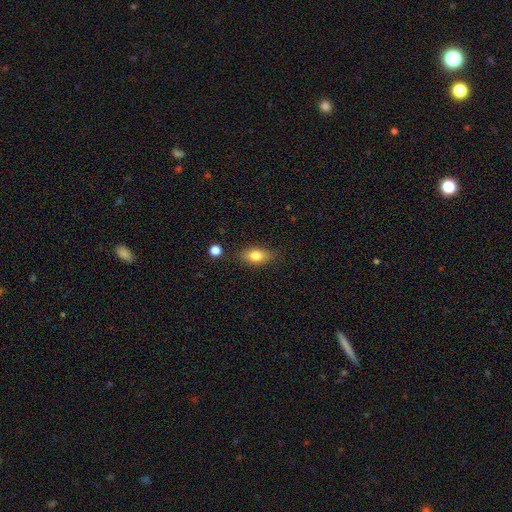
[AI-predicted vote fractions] This appears to be a smooth galaxy with no disk features (77%) that is in between round and cigar-shaped (82%). Merging: none (81%).